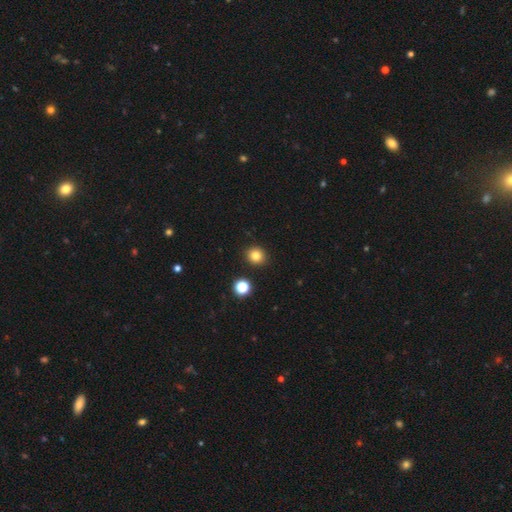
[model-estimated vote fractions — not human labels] smooth-or-featured: smooth: 81% | star or artifact: 13% | featured or disk: 6%
  how-rounded: round: 89% | in between: 10% | cigar-shaped: 1%
  merging: none: 91% | minor disturbance: 5% | merger: 2% | major disturbance: 2%